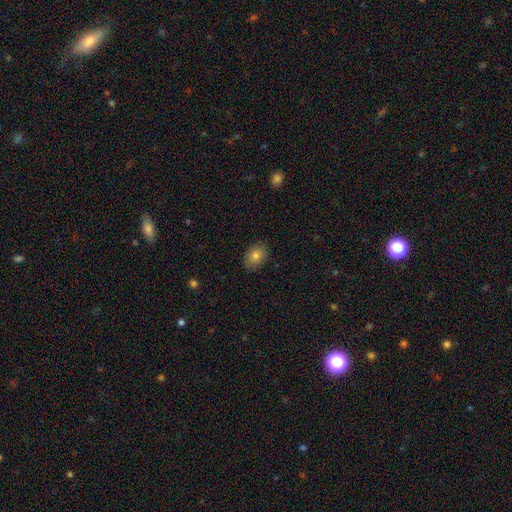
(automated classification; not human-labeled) This appears to be a smooth galaxy with no disk features (80%) that is in between round and cigar-shaped (75%). Merging: none (86%).